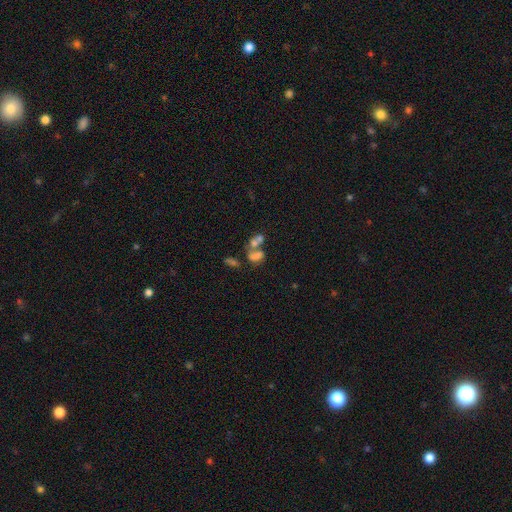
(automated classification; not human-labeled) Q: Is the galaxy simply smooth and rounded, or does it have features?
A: smooth — 57%.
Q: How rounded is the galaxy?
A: in between — 78%.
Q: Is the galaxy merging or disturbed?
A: merger — 60%.